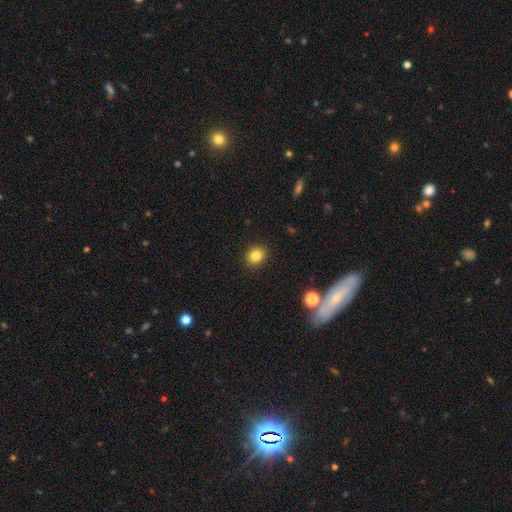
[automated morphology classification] Q: Smooth or featured?
A: smooth (83%); runner-up: star or artifact (11%)
Q: How rounded?
A: round (63%); runner-up: in between (36%)
Q: Merging?
A: none (91%); runner-up: minor disturbance (6%)